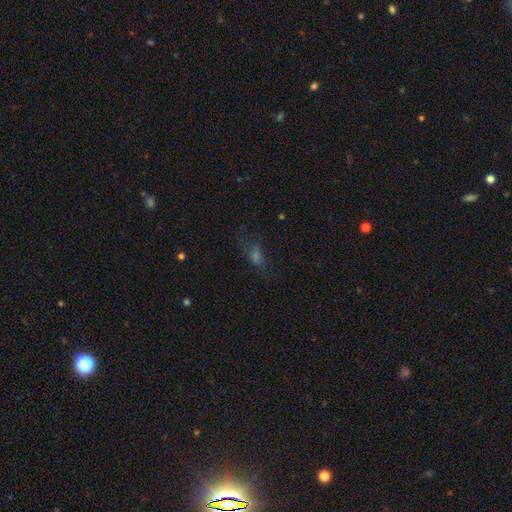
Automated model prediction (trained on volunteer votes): smooth 44%, star or artifact 30%, featured or disk 26%. Down the decision tree: merging — none (61%).